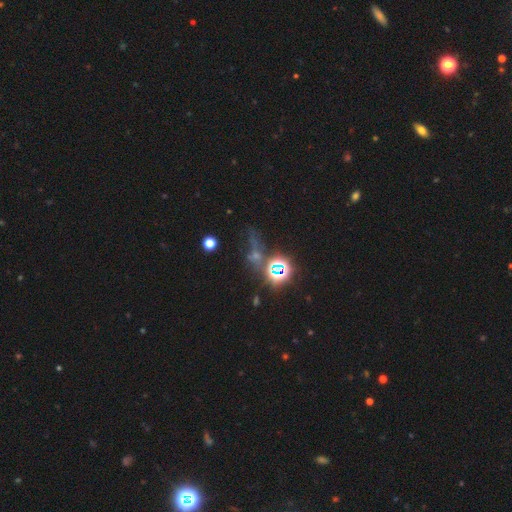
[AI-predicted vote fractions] smooth-or-featured: star or artifact: 69% | smooth: 19% | featured or disk: 12%